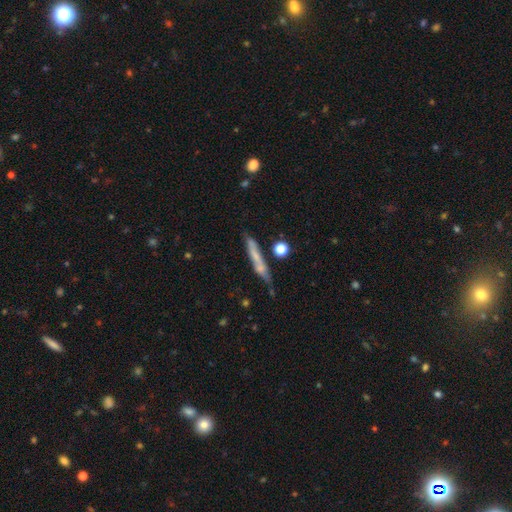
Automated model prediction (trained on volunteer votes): Overall: smooth (53%; featured or disk 39%). How rounded: cigar-shaped (90%). Merging: none (66%).